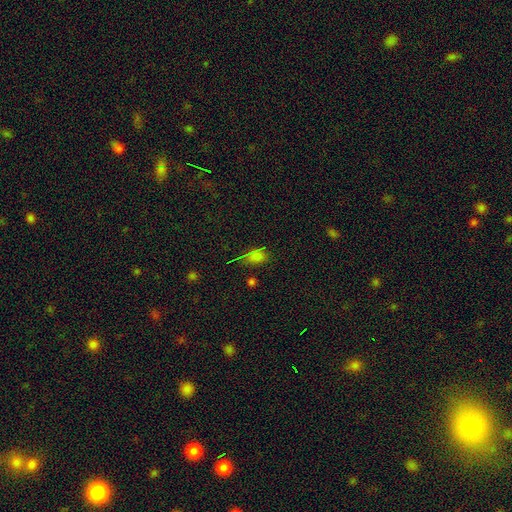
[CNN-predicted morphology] Smooth or featured? smooth (55%)
How rounded? in between (70%)
Merging? none (69%)